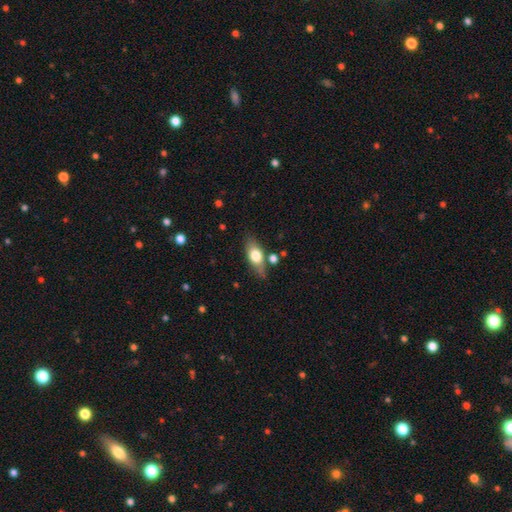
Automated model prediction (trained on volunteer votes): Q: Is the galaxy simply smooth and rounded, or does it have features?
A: smooth — 68%.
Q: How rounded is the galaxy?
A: in between — 79%.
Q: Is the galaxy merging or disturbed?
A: none — 70%.